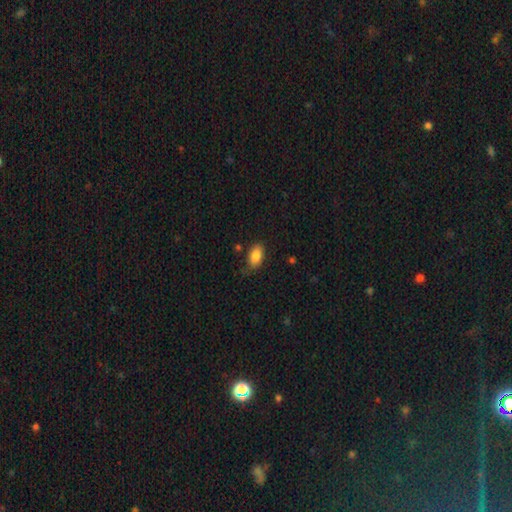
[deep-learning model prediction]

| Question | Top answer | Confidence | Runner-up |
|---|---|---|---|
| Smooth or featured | smooth | 86% | star or artifact (7%) |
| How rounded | in between | 92% | round (5%) |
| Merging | none | 74% | minor disturbance (20%) |